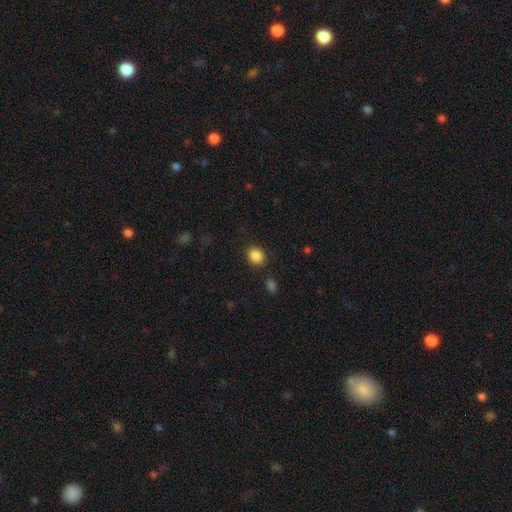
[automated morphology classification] smooth_or_featured: smooth (p=0.87) [alt: star or artifact p=0.10]
how_rounded: round (p=0.66) [alt: in between p=0.33]
merging: none (p=0.85) [alt: minor disturbance p=0.09]